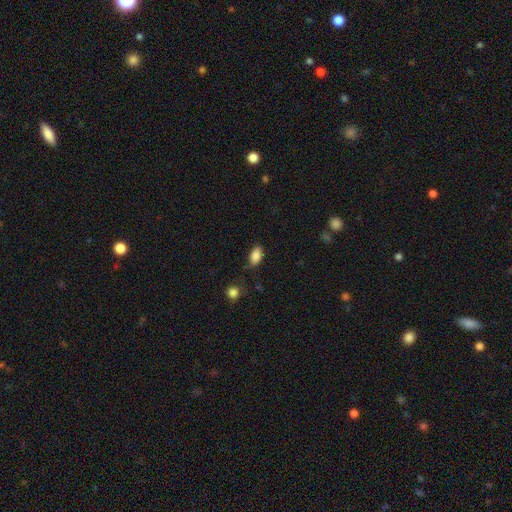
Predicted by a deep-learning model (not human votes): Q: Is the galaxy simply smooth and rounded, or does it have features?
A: smooth — 86%.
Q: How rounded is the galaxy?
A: in between — 91%.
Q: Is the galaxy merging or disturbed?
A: none — 71%.